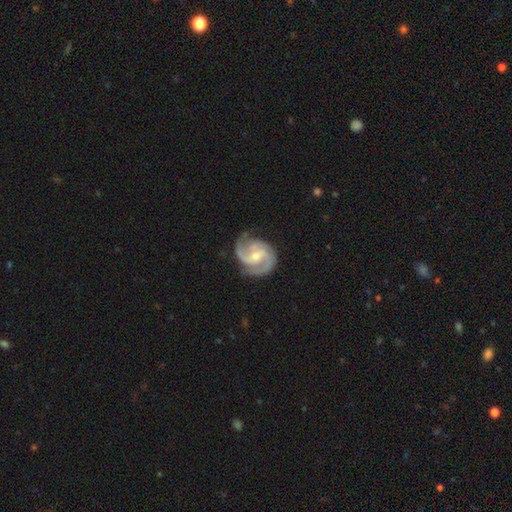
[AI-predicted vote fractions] smooth-or-featured: featured or disk: 92% | smooth: 4% | star or artifact: 4%
  disk-edge-on: no: 98% | yes: 2%
    bar: weak: 48% | no: 37% | strong: 15%
    has-spiral-arms: yes: 98% | no: 2%
      spiral-winding: medium: 56% | tight: 33% | loose: 11%
      spiral-arm-count: 2: 57% | 3: 30% | can't tell: 4% | 4: 3% | 1: 3% | more than 4: 3%
    bulge-size: small: 54% | moderate: 41% | none: 3% | large: 2% | dominant: 1%
  merging: none: 72% | minor disturbance: 20% | major disturbance: 7% | merger: 1%